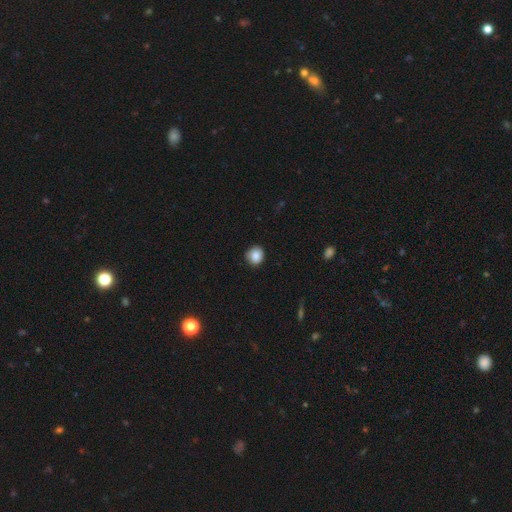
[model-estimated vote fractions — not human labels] smooth_or_featured: smooth (p=0.87) [alt: star or artifact p=0.09]
how_rounded: round (p=0.85) [alt: in between p=0.14]
merging: none (p=0.84) [alt: minor disturbance p=0.13]